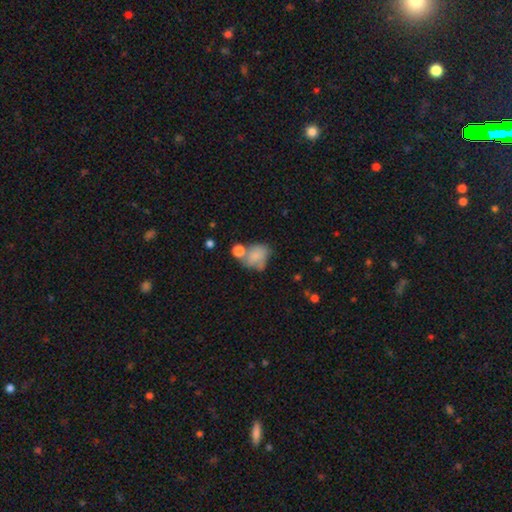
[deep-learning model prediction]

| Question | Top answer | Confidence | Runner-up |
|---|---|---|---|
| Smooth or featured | smooth | 74% | featured or disk (16%) |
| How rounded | in between | 59% | round (40%) |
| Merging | none | 34% | merger (28%) |